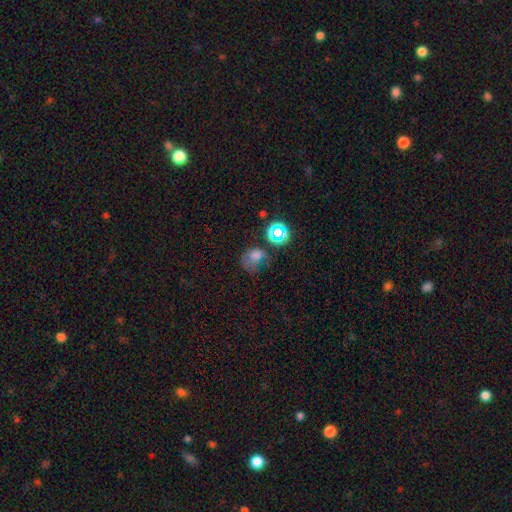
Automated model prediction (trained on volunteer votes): Overall: smooth (58%; star or artifact 24%). How rounded: round (55%; in between 44%). Merging: major disturbance (35%; none 32%).